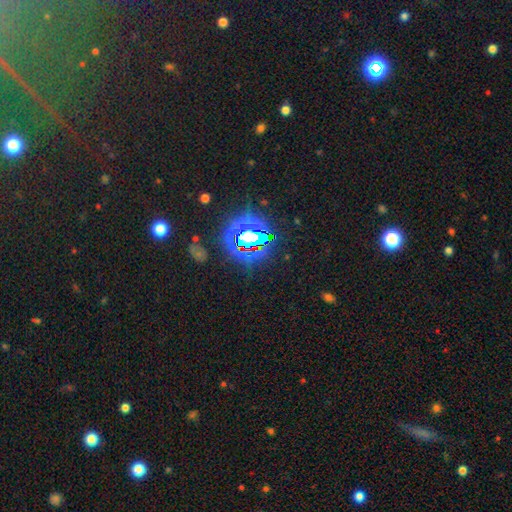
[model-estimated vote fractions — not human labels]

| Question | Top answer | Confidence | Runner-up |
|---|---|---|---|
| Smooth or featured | star or artifact | 81% | smooth (12%) |